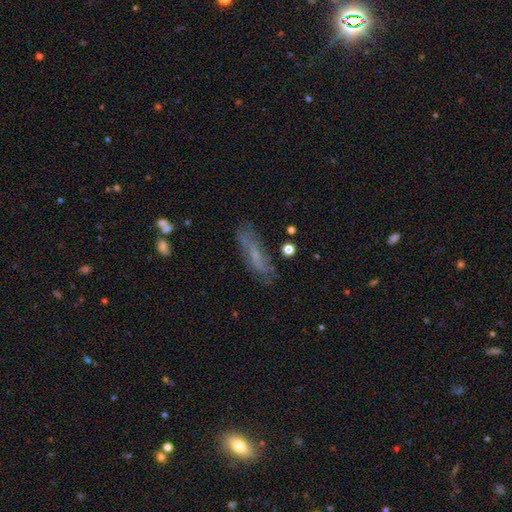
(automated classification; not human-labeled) smooth-or-featured: featured or disk: 49% | smooth: 41% | star or artifact: 10%
  merging: none: 65% | minor disturbance: 22% | major disturbance: 10% | merger: 3%